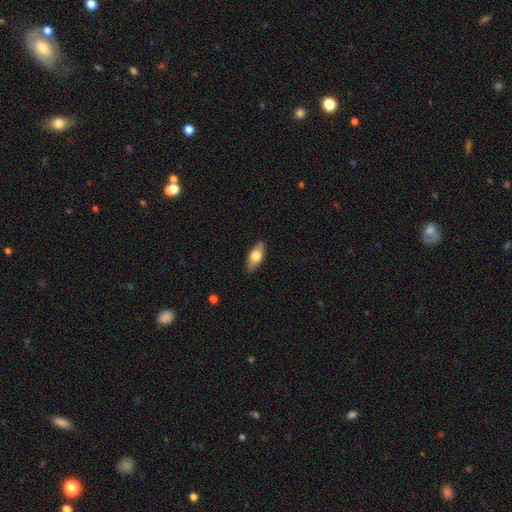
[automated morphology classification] Smooth or featured? Predicted: smooth (p=0.72). How rounded? Predicted: in between (p=0.84). Merging? Predicted: none (p=0.86).